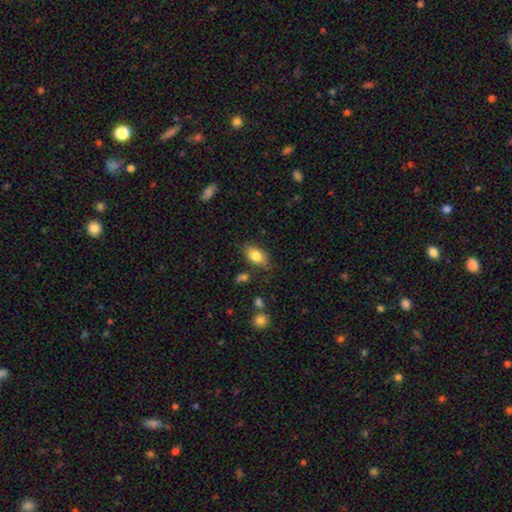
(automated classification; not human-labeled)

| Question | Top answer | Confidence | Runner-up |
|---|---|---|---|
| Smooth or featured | smooth | 80% | featured or disk (12%) |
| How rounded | in between | 86% | round (11%) |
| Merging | none | 76% | minor disturbance (17%) |